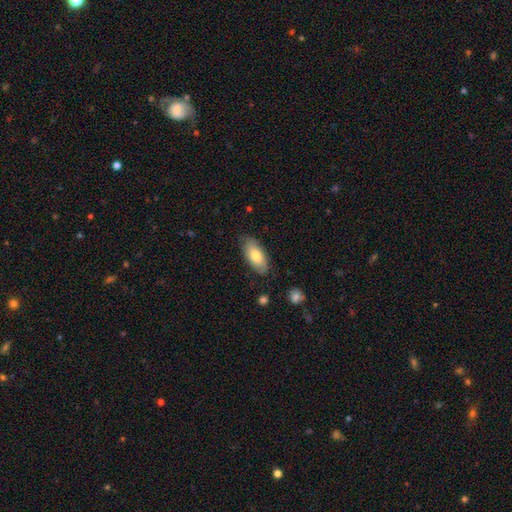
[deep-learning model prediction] Morphology: type=smooth (73%); roundness=in between (90%); merging=none (80%).